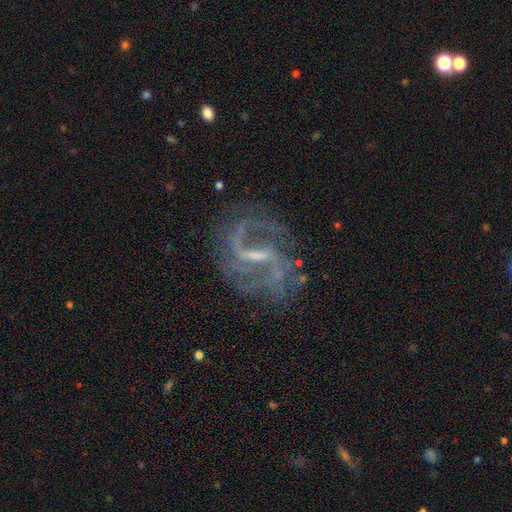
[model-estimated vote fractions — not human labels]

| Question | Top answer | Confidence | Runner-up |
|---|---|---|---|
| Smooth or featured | featured or disk | 88% | star or artifact (8%) |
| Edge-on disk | no | 97% | yes (3%) |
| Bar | weak | 49% | strong (41%) |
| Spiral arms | yes | 95% | no (5%) |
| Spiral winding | medium | 46% | loose (42%) |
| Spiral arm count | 2 | 77% | can't tell (8%) |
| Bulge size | small | 45% | none (31%) |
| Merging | none | 67% | minor disturbance (17%) |